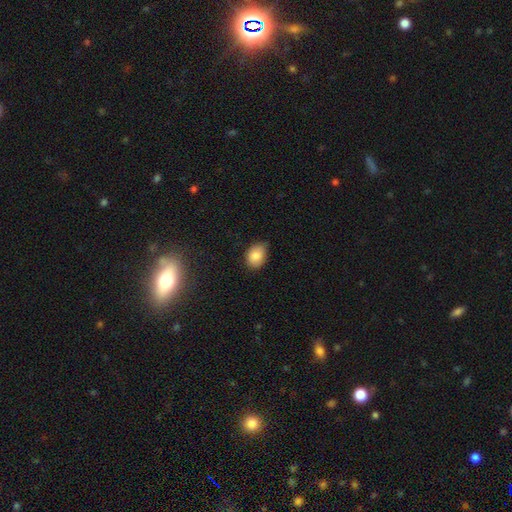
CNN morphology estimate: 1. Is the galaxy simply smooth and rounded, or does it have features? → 84% smooth, 9% star or artifact, 8% featured or disk.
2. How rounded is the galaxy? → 70% in between, 29% round, 1% cigar-shaped.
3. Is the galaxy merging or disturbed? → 65% none, 30% minor disturbance, 4% major disturbance, 1% merger.